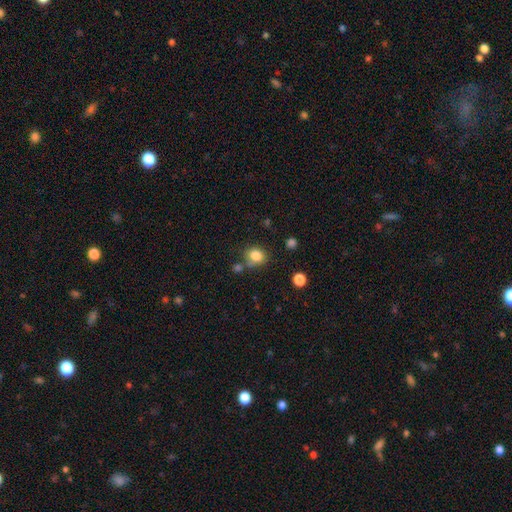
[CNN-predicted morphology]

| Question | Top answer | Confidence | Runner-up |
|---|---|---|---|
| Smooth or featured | smooth | 83% | star or artifact (11%) |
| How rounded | round | 66% | in between (34%) |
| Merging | none | 67% | minor disturbance (15%) |